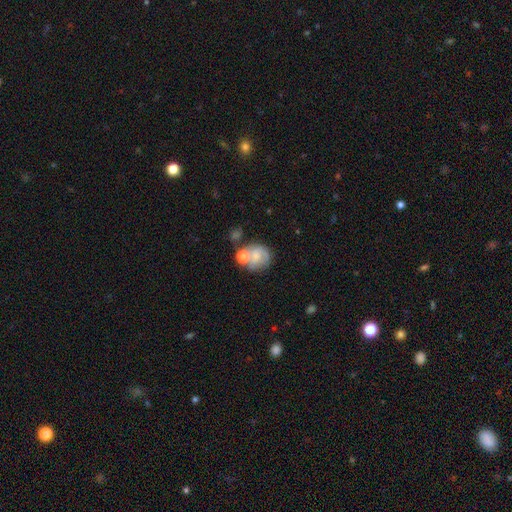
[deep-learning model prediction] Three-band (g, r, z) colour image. It shows a featured or disk galaxy (46%). Merging: none (39%).